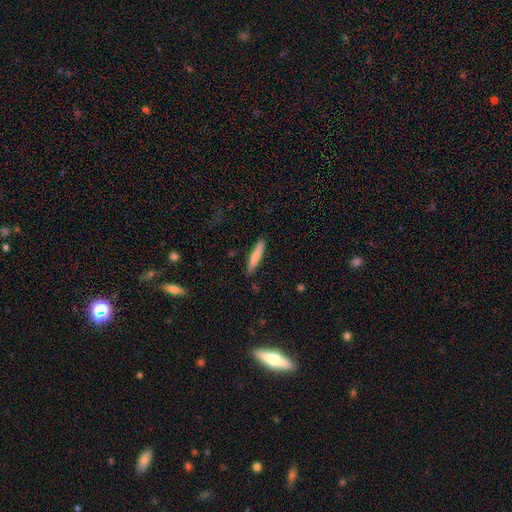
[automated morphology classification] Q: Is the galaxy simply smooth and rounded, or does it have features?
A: smooth — 72%.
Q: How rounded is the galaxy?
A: cigar-shaped — 91%.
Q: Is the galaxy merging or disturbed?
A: none — 86%.